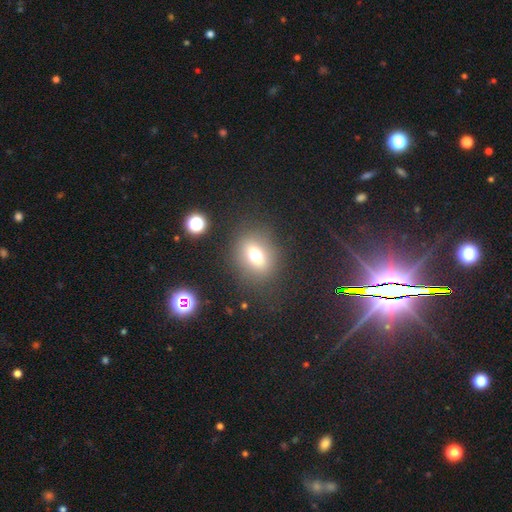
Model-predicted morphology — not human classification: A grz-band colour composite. It shows a smooth galaxy with no disk features (68%) that is round (52%). Merging: none (82%).